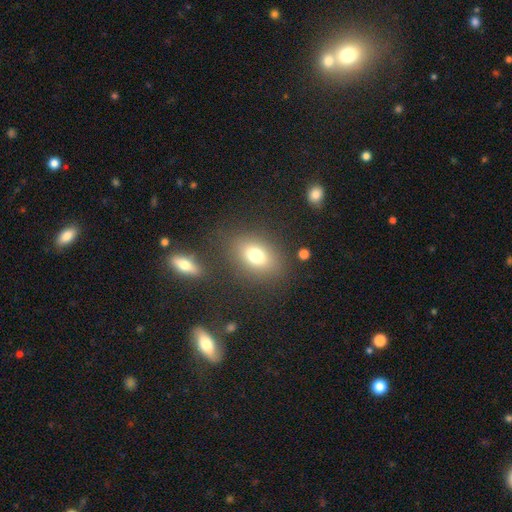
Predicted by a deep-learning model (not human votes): smooth_or_featured: smooth (p=0.75) [alt: featured or disk p=0.12]
how_rounded: in between (p=0.68) [alt: round p=0.30]
merging: none (p=0.80) [alt: minor disturbance p=0.11]